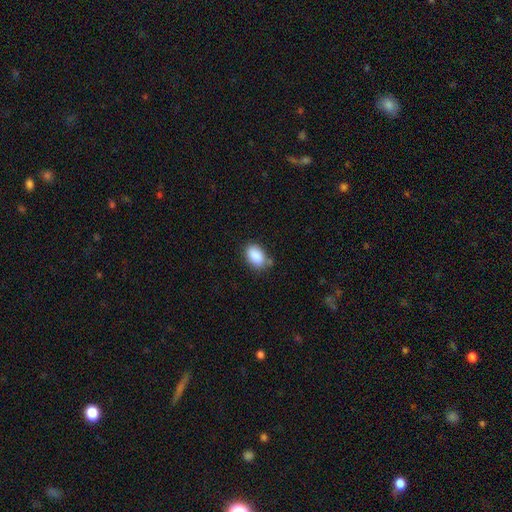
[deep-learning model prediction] This appears to be a smooth galaxy with no disk features (88%) that is in between round and cigar-shaped (89%). Merging: none (73%).